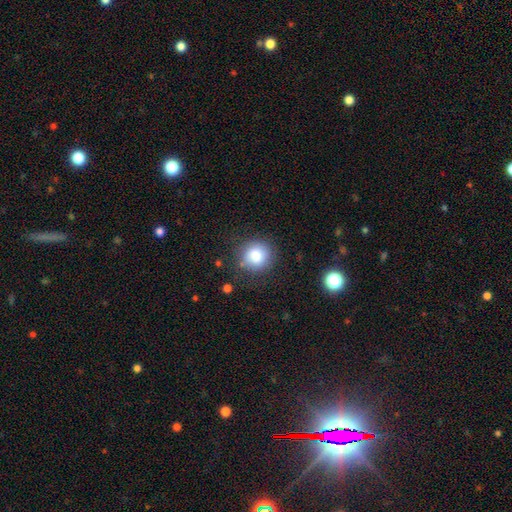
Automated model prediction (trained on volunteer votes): A smooth galaxy with no disk features (82%) that is round (89%). Merging: none (82%).